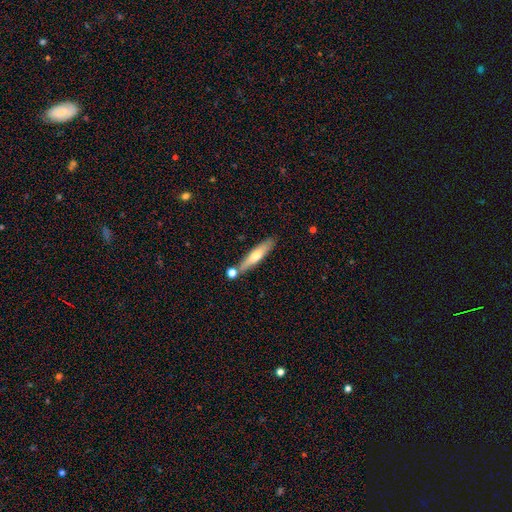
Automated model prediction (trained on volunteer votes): Morphology: type=smooth (53%); roundness=cigar-shaped (85%); merging=none (73%).